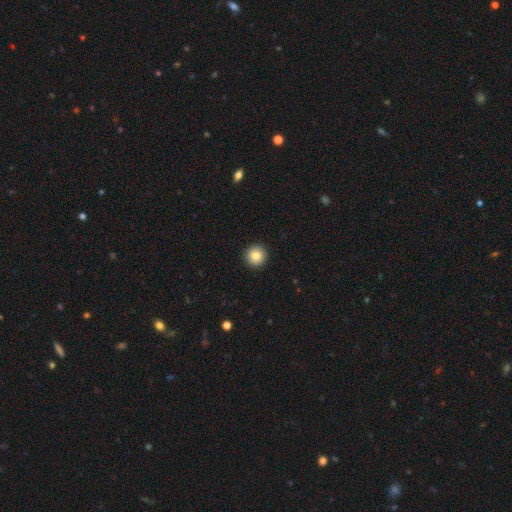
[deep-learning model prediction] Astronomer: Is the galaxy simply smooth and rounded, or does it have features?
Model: smooth — 84%.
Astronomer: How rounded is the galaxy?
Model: round — 96%.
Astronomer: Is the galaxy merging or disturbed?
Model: none — 93%.